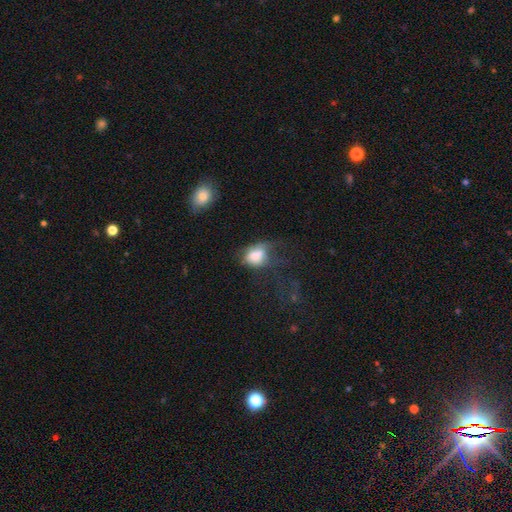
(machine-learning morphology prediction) Smooth or featured? smooth (65%)
How rounded? in between (67%)
Merging? major disturbance (38%)